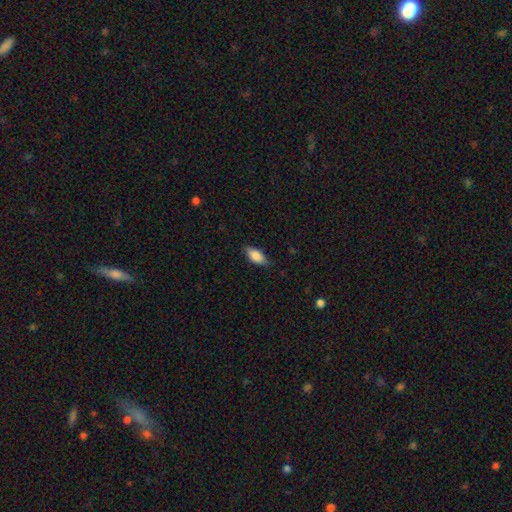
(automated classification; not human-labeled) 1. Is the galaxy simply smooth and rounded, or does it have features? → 85% smooth, 8% featured or disk, 6% star or artifact.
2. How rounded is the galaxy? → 88% in between, 10% cigar-shaped, 3% round.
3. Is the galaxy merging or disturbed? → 82% none, 14% minor disturbance, 3% major disturbance, 1% merger.